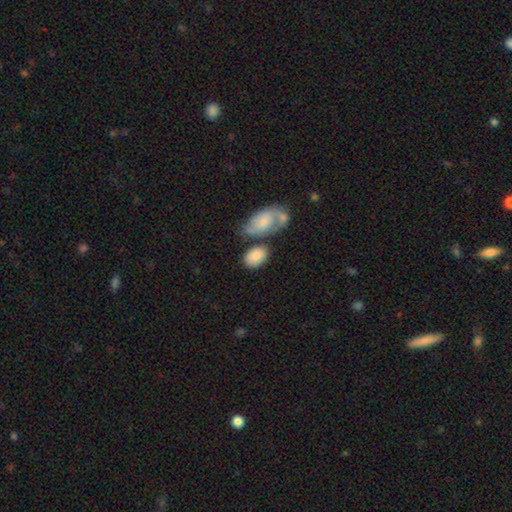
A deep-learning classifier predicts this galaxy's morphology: Smooth or featured: smooth — 81% (featured or disk — 13%)
How rounded: in between — 86% (round — 13%)
Merging: none — 49% (merger — 26%)